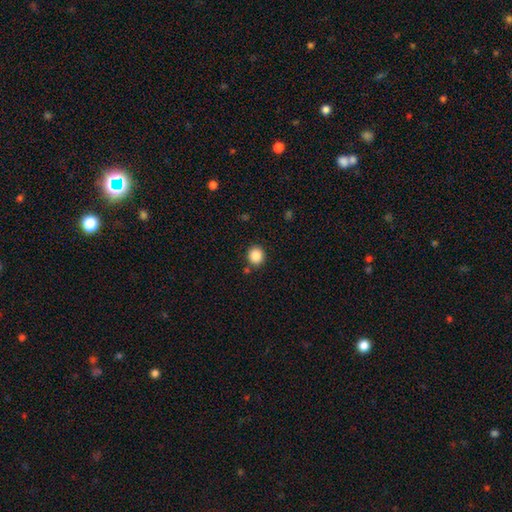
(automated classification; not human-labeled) Smooth or featured? smooth (87%)
How rounded? round (86%)
Merging? none (85%)